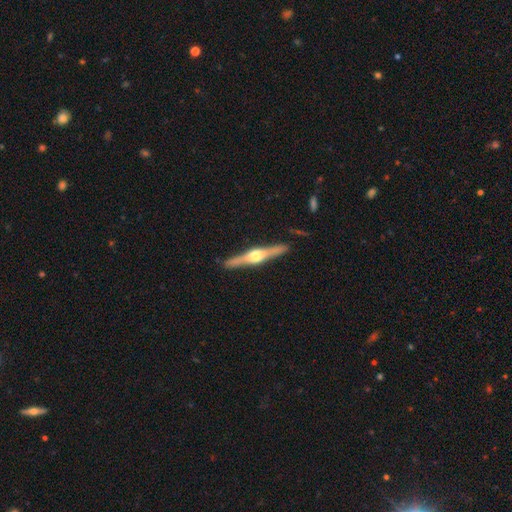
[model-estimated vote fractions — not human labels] smooth-or-featured: featured or disk: 79% | smooth: 16% | star or artifact: 5%
  disk-edge-on: yes: 98% | no: 2%
    edge-on-bulge: rounded: 94% | boxy: 4% | none: 2%
  merging: none: 90% | minor disturbance: 7% | major disturbance: 1% | merger: 1%